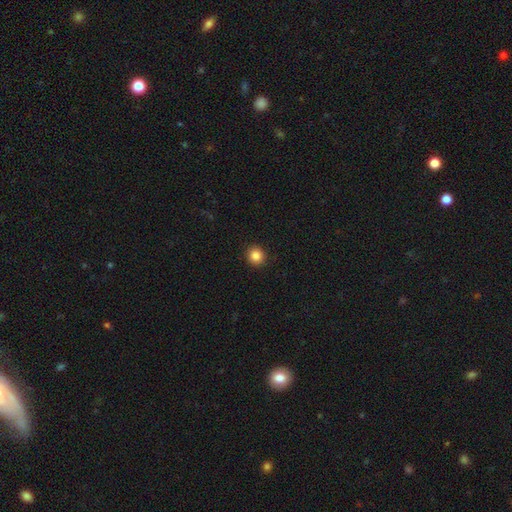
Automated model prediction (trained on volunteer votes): Smooth or featured? smooth (86%)
How rounded? round (91%)
Merging? none (93%)